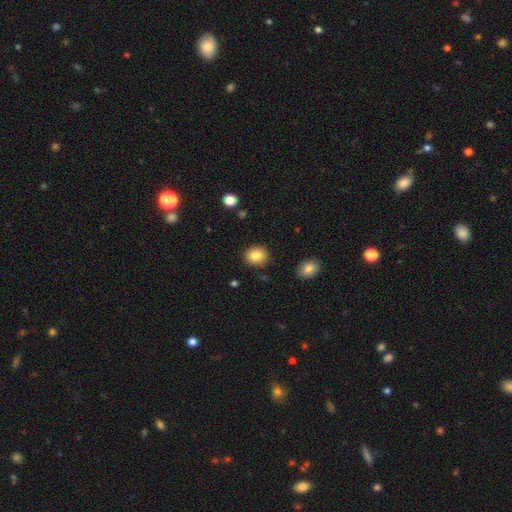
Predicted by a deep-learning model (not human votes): Q: Smooth or featured?
A: smooth (84%); runner-up: star or artifact (9%)
Q: How rounded?
A: round (70%); runner-up: in between (29%)
Q: Merging?
A: none (87%); runner-up: minor disturbance (9%)